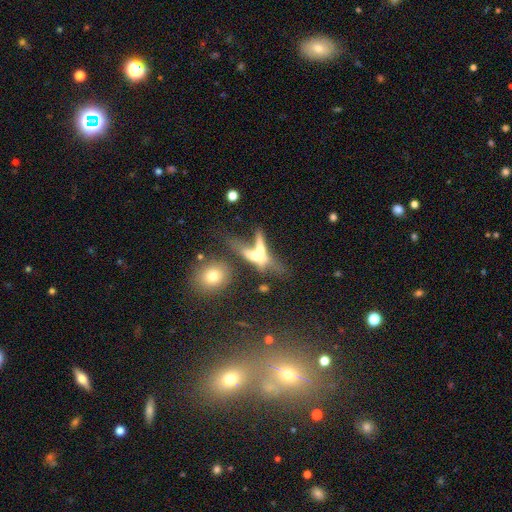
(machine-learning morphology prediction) This appears to be a featured or disk galaxy (51%) viewed edge-on (59%). Merging: merger (49%).